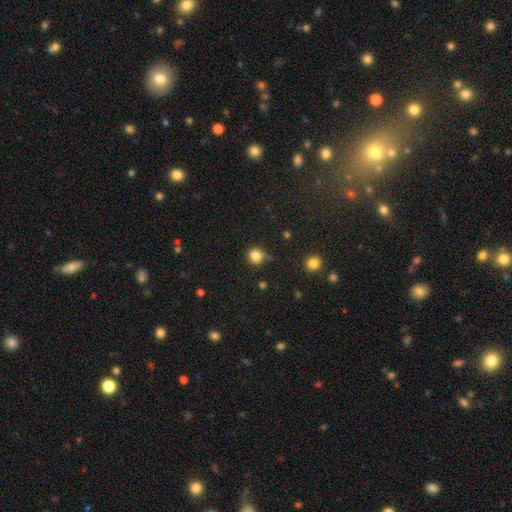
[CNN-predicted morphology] smooth 83%, star or artifact 12%, featured or disk 5%. Down the decision tree: how rounded — round (90%); merging — none (73%).